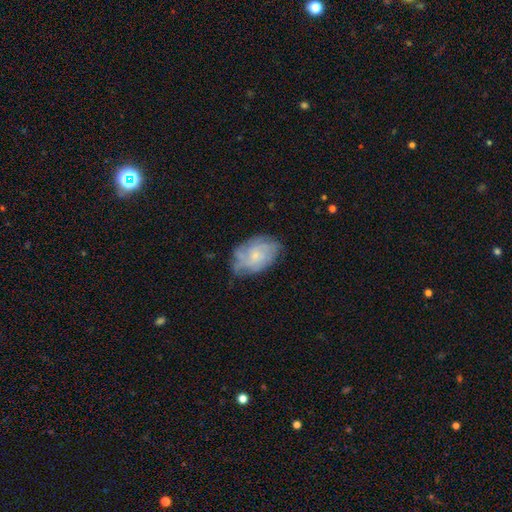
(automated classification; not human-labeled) Smooth or featured: featured or disk — 59% (smooth — 33%)
Edge-on disk: no — 96% (yes — 4%)
Bar: no — 78% (weak — 20%)
Spiral arms: yes — 78% (no — 22%)
Bulge size: small — 71% (moderate — 20%)
Merging: none — 62% (minor disturbance — 27%)